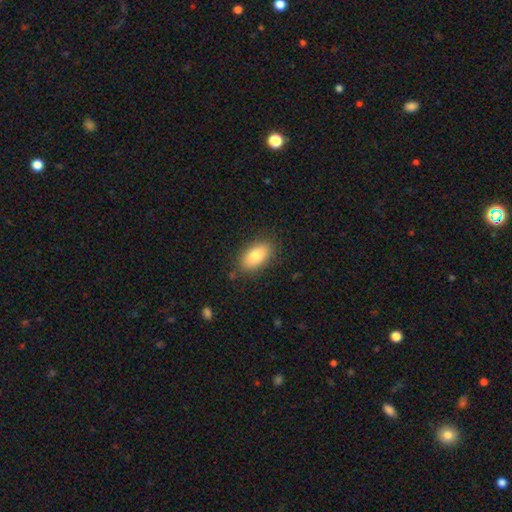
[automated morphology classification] Smooth or featured? smooth (81%)
How rounded? in between (91%)
Merging? none (84%)